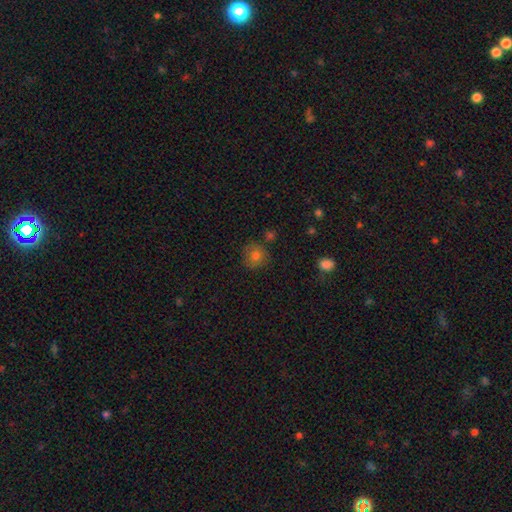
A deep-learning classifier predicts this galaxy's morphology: Smooth or featured? Predicted: smooth (p=0.77). How rounded? Predicted: round (p=0.87). Merging? Predicted: none (p=0.80).